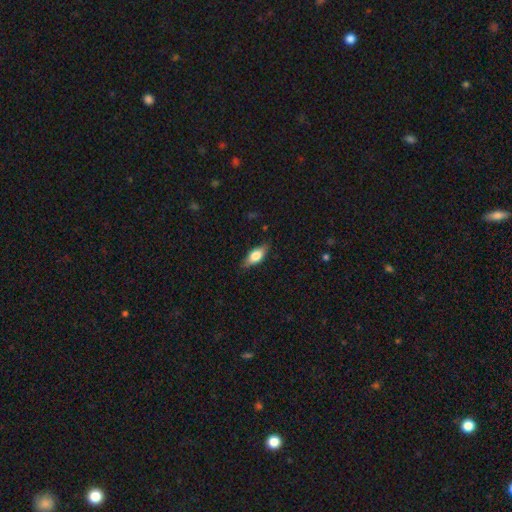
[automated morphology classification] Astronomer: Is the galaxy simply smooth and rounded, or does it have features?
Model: smooth — 67%.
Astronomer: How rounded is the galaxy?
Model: in between — 76%.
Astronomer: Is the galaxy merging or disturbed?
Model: none — 83%.